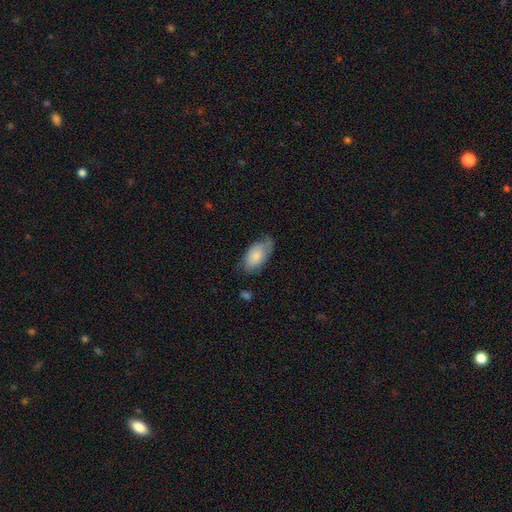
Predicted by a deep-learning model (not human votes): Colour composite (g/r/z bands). It shows a smooth galaxy with no disk features (79%) that is in between round and cigar-shaped (94%). Merging: none (58%).